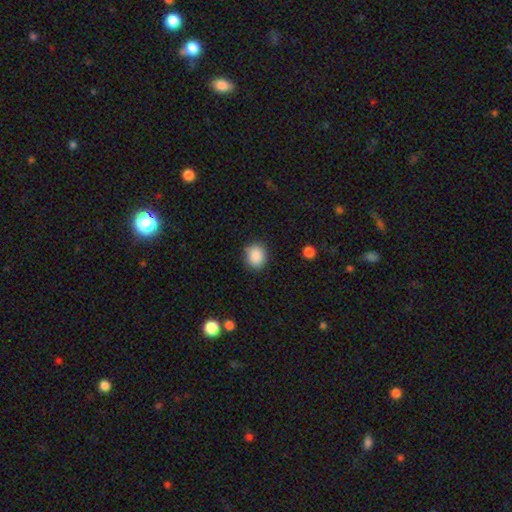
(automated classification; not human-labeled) smooth-or-featured: smooth: 88% | star or artifact: 9% | featured or disk: 3%
  how-rounded: round: 63% | in between: 36% | cigar-shaped: 1%
  merging: none: 82% | minor disturbance: 12% | major disturbance: 3% | merger: 2%